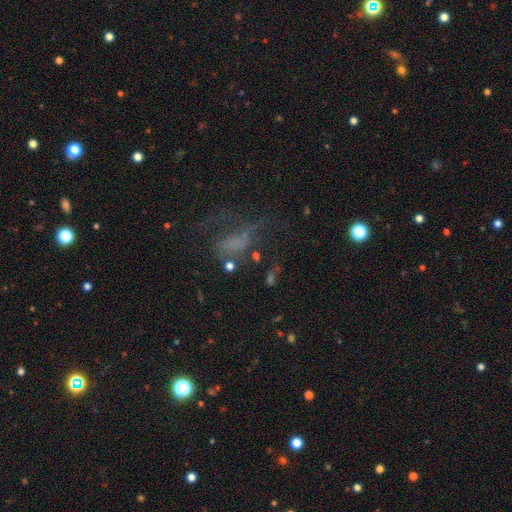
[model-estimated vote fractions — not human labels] Smooth or featured: featured or disk — 39% (smooth — 32%)
Merging: major disturbance — 45% (none — 33%)